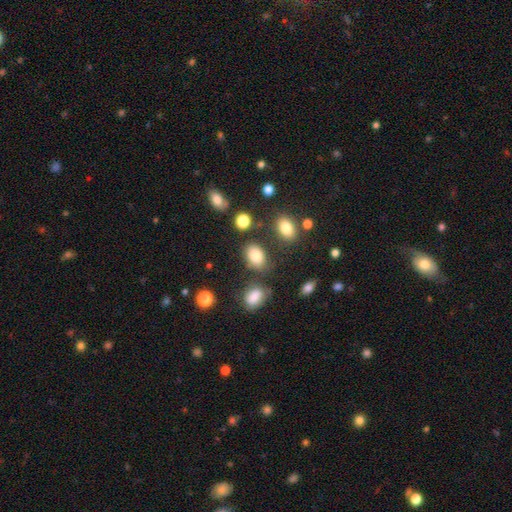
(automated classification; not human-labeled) Overall: smooth (80%). How rounded: in between (81%). Merging: none (73%).